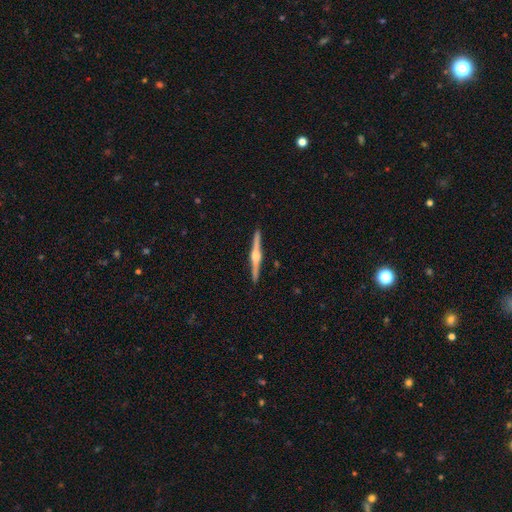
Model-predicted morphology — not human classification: smooth-or-featured: featured or disk: 84% | smooth: 11% | star or artifact: 5%
  disk-edge-on: yes: 99% | no: 1%
    edge-on-bulge: rounded: 92% | boxy: 6% | none: 2%
  merging: none: 93% | minor disturbance: 5% | major disturbance: 1% | merger: 1%